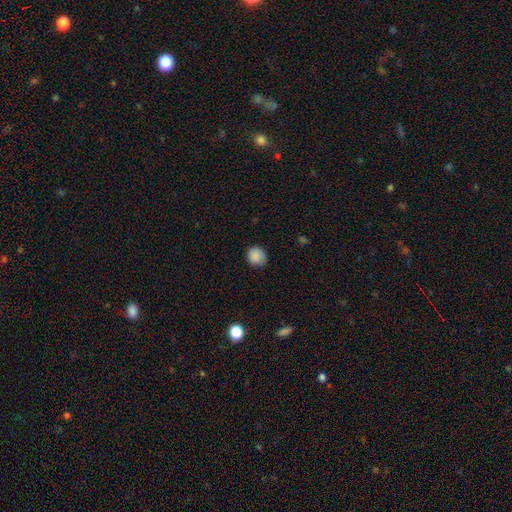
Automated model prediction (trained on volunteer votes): This appears to be a smooth galaxy with no disk features (88%) that is round (75%). Merging: none (81%).